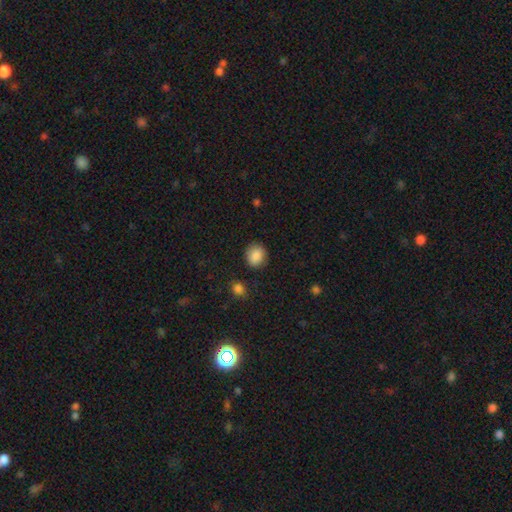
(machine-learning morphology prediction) Smooth or featured: smooth — 88% (star or artifact — 8%)
How rounded: round — 67% (in between — 32%)
Merging: none — 85% (minor disturbance — 10%)